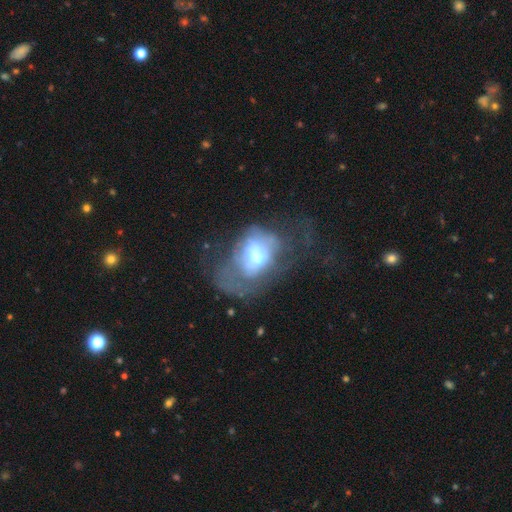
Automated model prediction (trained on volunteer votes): A featured or disk galaxy (51%).

Vote fractions:
- Smooth or featured? featured or disk: 51% / smooth: 38% / star or artifact: 11%
- Edge-on disk? no: 95% / yes: 5%
- Merging? major disturbance: 50% / none: 26% / minor disturbance: 19% / merger: 4%